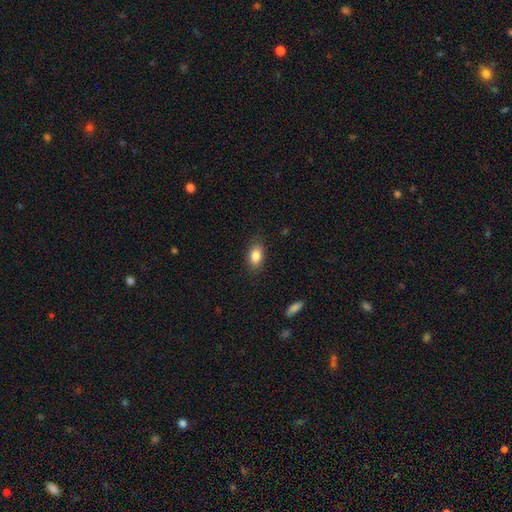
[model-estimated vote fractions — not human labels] Q: Smooth or featured?
A: smooth (84%); runner-up: featured or disk (8%)
Q: How rounded?
A: in between (88%); runner-up: round (9%)
Q: Merging?
A: none (85%); runner-up: minor disturbance (11%)